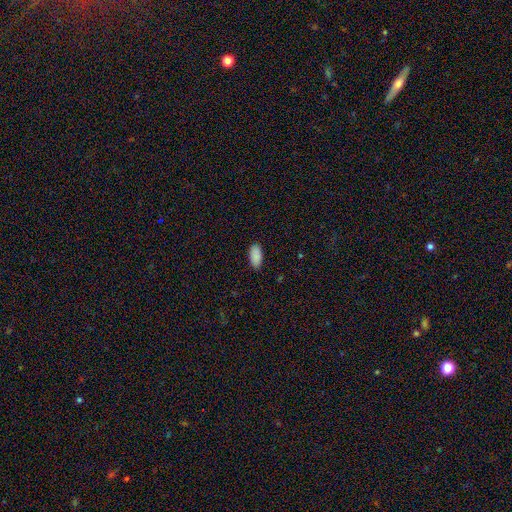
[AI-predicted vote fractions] smooth 90%, star or artifact 7%, featured or disk 3%. Down the decision tree: how rounded — in between (94%); merging — none (89%).